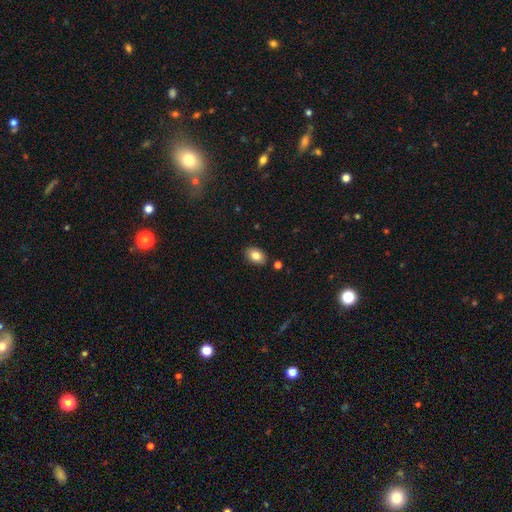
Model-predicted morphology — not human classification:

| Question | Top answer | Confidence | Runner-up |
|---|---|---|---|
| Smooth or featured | smooth | 82% | featured or disk (10%) |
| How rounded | in between | 85% | round (14%) |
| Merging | none | 86% | minor disturbance (9%) |